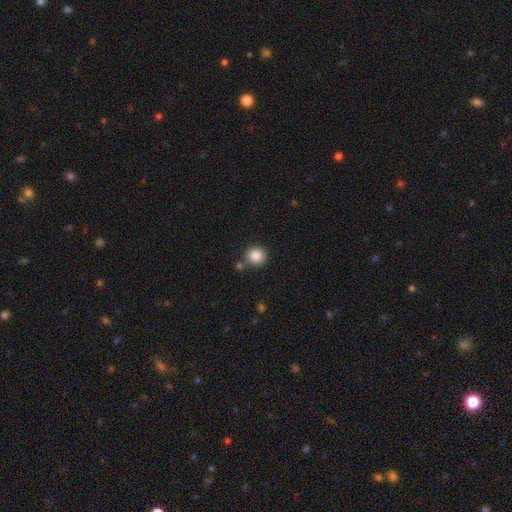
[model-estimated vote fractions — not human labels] Q: Smooth or featured?
A: smooth (87%); runner-up: star or artifact (10%)
Q: How rounded?
A: round (92%); runner-up: in between (7%)
Q: Merging?
A: none (76%); runner-up: merger (11%)